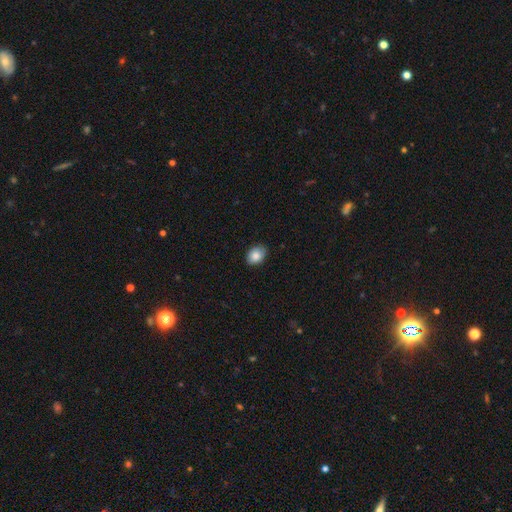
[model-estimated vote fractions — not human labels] A smooth galaxy with no disk features (84%) that is in between round and cigar-shaped (76%).

Vote fractions:
- Smooth or featured? smooth: 84% / featured or disk: 9% / star or artifact: 7%
- How rounded? in between: 76% / round: 23% / cigar-shaped: 1%
- Merging? none: 82% / minor disturbance: 15% / major disturbance: 2% / merger: 1%